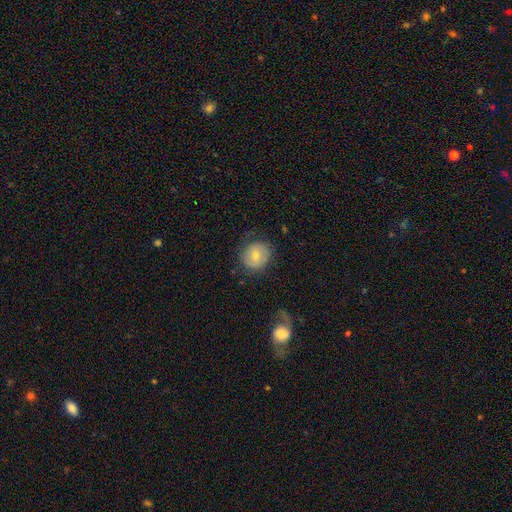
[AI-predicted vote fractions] smooth_or_featured: smooth (p=0.51) [alt: featured or disk p=0.40]
how_rounded: round (p=0.81) [alt: in between p=0.18]
merging: none (p=0.71) [alt: minor disturbance p=0.17]